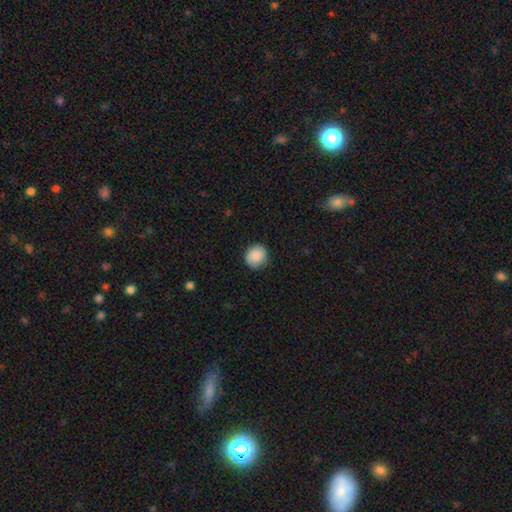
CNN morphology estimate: A smooth galaxy with no disk features (89%) that is round (85%).

Vote fractions:
- Smooth or featured? smooth: 89% / star or artifact: 7% / featured or disk: 4%
- How rounded? round: 85% / in between: 14% / cigar-shaped: 1%
- Merging? none: 88% / minor disturbance: 9% / major disturbance: 2% / merger: 1%